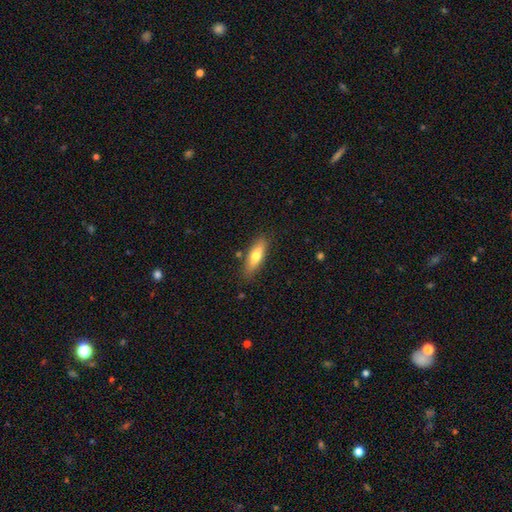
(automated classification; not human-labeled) Q: Smooth or featured?
A: smooth (65%); runner-up: featured or disk (28%)
Q: How rounded?
A: cigar-shaped (52%); runner-up: in between (46%)
Q: Merging?
A: none (82%); runner-up: minor disturbance (12%)